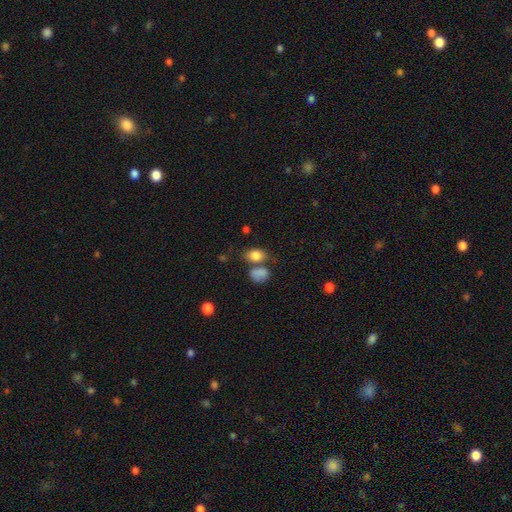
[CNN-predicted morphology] Smooth or featured? smooth (82%)
How rounded? in between (72%)
Merging? none (53%)